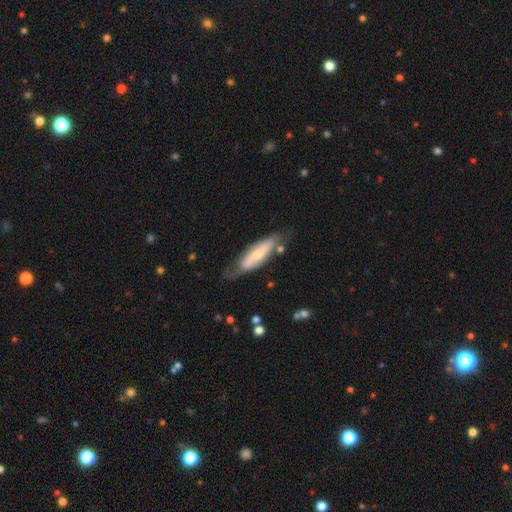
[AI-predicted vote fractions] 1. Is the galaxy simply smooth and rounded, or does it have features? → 55% featured or disk, 39% smooth, 6% star or artifact.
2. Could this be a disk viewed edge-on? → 67% no, 33% yes.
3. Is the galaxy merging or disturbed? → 62% none, 25% minor disturbance, 10% major disturbance, 3% merger.